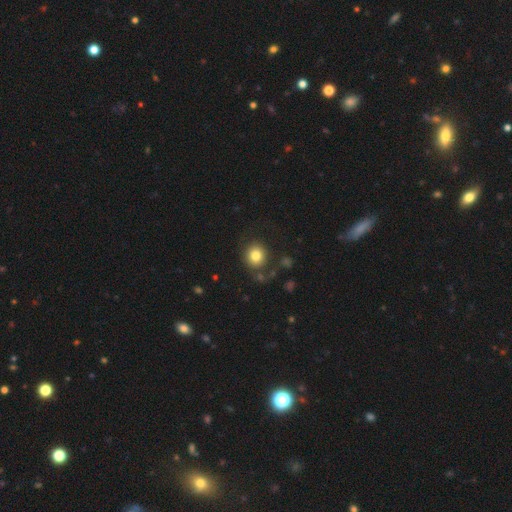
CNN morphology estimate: smooth-or-featured: smooth: 82% | star or artifact: 10% | featured or disk: 8%
  how-rounded: round: 84% | in between: 15% | cigar-shaped: 1%
  merging: none: 80% | minor disturbance: 11% | major disturbance: 5% | merger: 4%